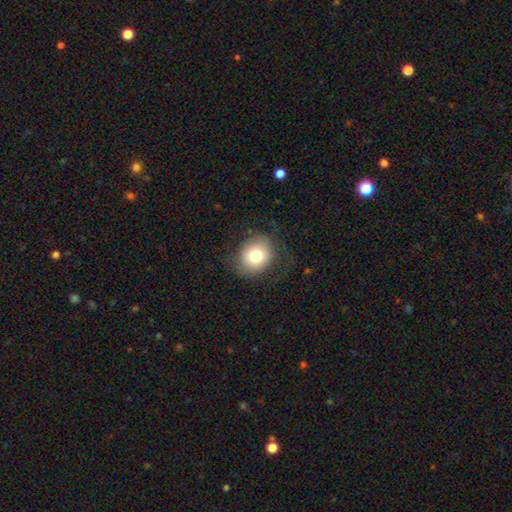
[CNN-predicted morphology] Q: Smooth or featured?
A: smooth (75%); runner-up: featured or disk (17%)
Q: How rounded?
A: round (71%); runner-up: in between (28%)
Q: Merging?
A: none (68%); runner-up: minor disturbance (18%)